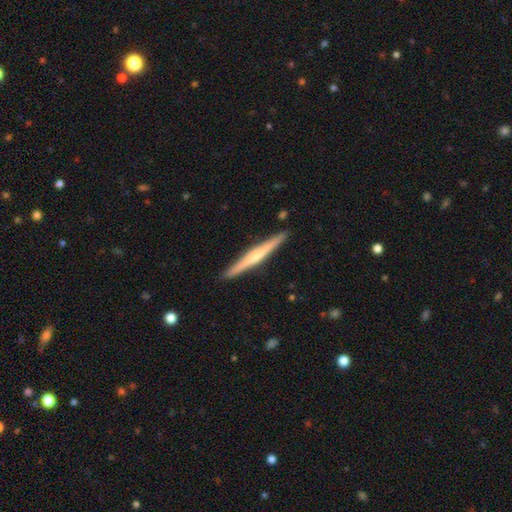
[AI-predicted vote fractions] Smooth or featured?
  - featured or disk: 63% *
  - smooth: 31%
  - star or artifact: 5%
Edge-on disk?
  - yes: 98% *
  - no: 2%
Edge-on bulge?
  - rounded: 60% *
  - none: 30%
  - boxy: 10%
Merging?
  - none: 91% *
  - minor disturbance: 7%
  - major disturbance: 1%
  - merger: 1%